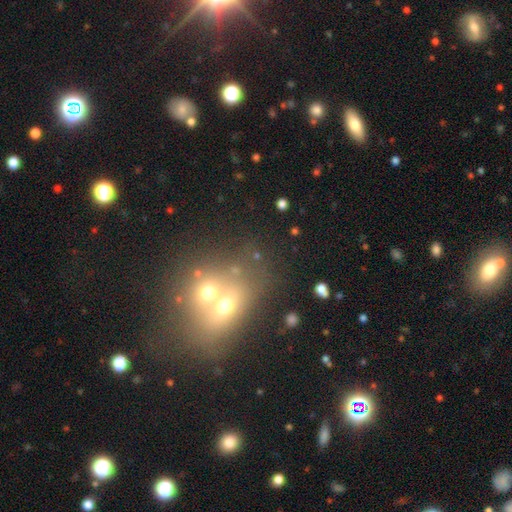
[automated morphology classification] A smooth galaxy with no disk features (50%) that is round (50%).

Vote fractions:
- Smooth or featured? smooth: 50% / featured or disk: 27% / star or artifact: 23%
- How rounded? round: 50% / in between: 47% / cigar-shaped: 3%
- Merging? merger: 67% / none: 22% / minor disturbance: 6% / major disturbance: 5%